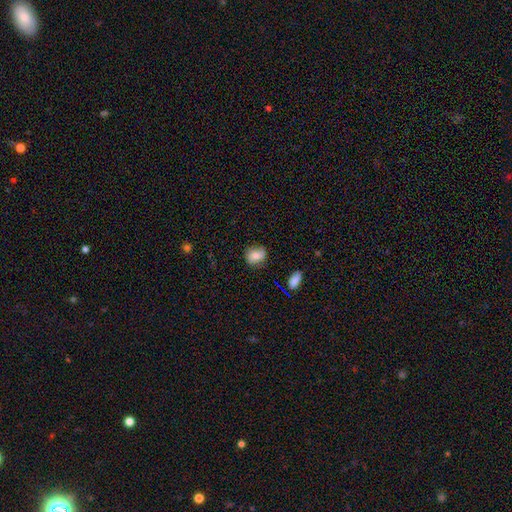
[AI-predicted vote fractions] Morphology: type=smooth (72%); roundness=round (53%); merging=none (73%).